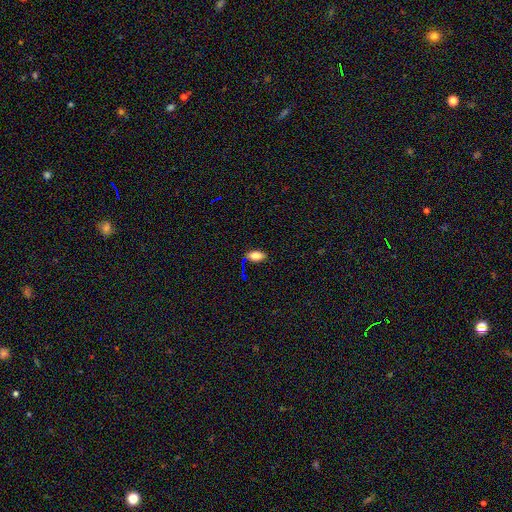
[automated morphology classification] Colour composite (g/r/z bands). It shows a smooth galaxy with no disk features (79%) that is in between round and cigar-shaped (89%). Merging: none (76%).